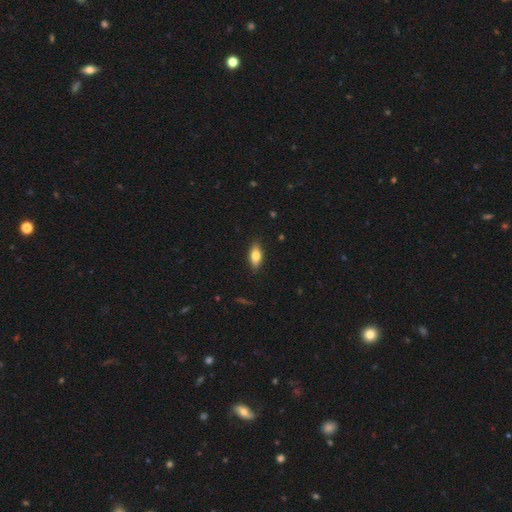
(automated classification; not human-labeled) Smooth or featured? Predicted: smooth (p=0.72). How rounded? Predicted: in between (p=0.82). Merging? Predicted: none (p=0.87).